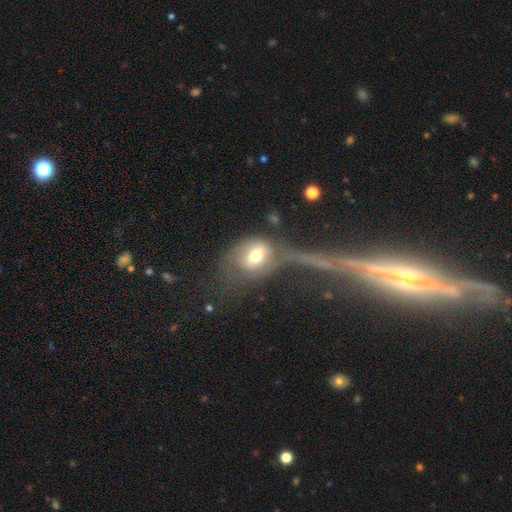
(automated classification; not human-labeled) Smooth or featured: smooth — 58% (featured or disk — 32%)
How rounded: in between — 54% (round — 43%)
Merging: major disturbance — 41% (none — 23%)